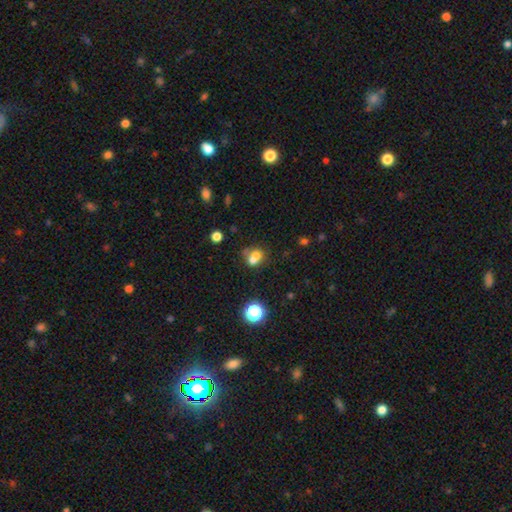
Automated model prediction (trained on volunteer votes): smooth_or_featured: smooth (p=0.66) [alt: featured or disk p=0.18]
how_rounded: round (p=0.50) [alt: in between p=0.48]
merging: merger (p=0.51) [alt: none p=0.31]